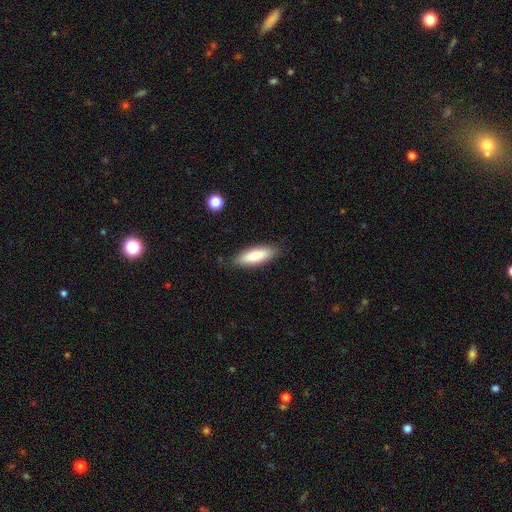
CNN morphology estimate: Smooth or featured? Predicted: smooth (p=0.80). How rounded? Predicted: in between (p=0.57). Merging? Predicted: none (p=0.85).